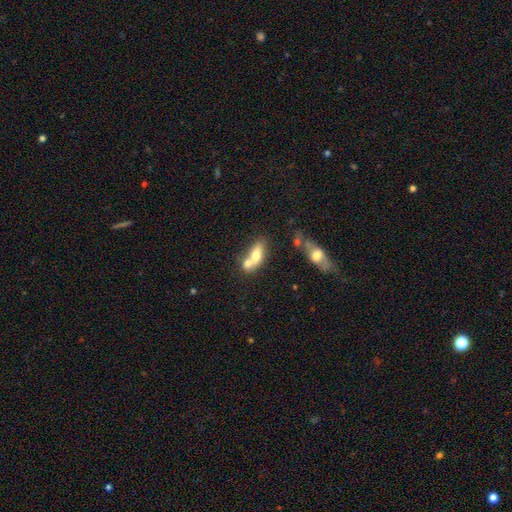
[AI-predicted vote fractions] smooth-or-featured: smooth: 67% | featured or disk: 25% | star or artifact: 8%
  how-rounded: in between: 74% | cigar-shaped: 17% | round: 9%
  merging: merger: 61% | none: 25% | minor disturbance: 10% | major disturbance: 5%